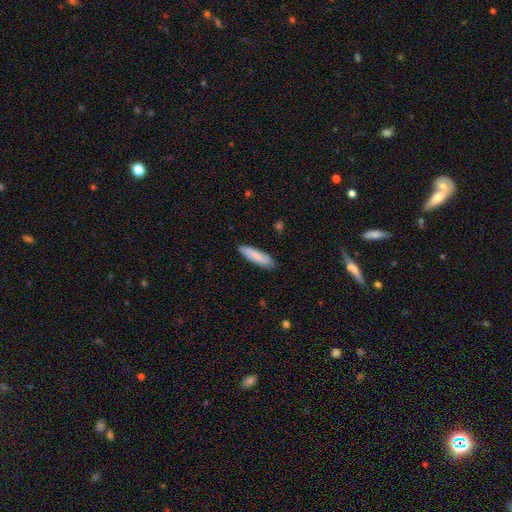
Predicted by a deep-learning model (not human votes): Smooth or featured? Predicted: smooth (p=0.80). How rounded? Predicted: cigar-shaped (p=0.65). Merging? Predicted: none (p=0.83).